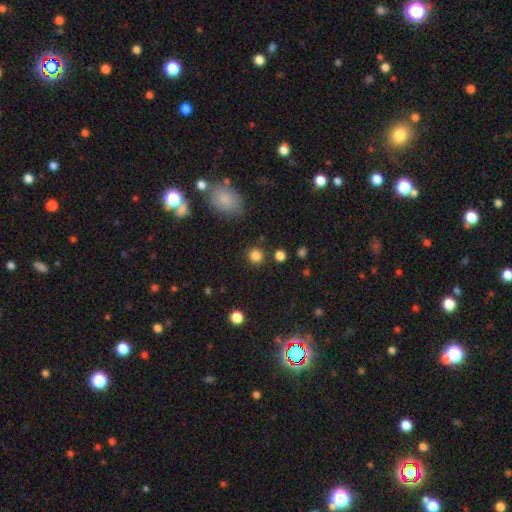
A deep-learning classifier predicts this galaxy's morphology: Overall: smooth (84%). How rounded: round (92%). Merging: none (88%).